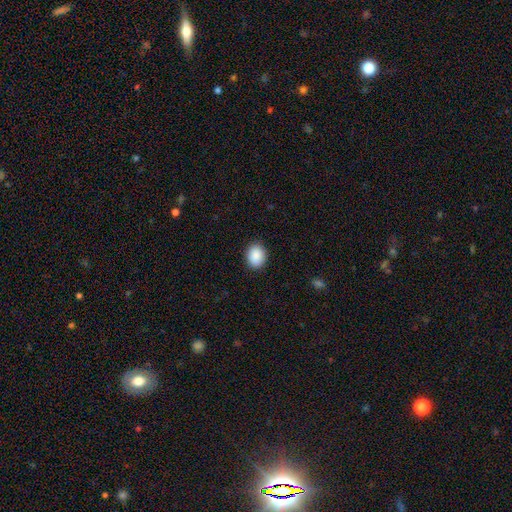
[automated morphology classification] Overall: smooth (90%). How rounded: in between (51%; round 48%). Merging: none (89%).